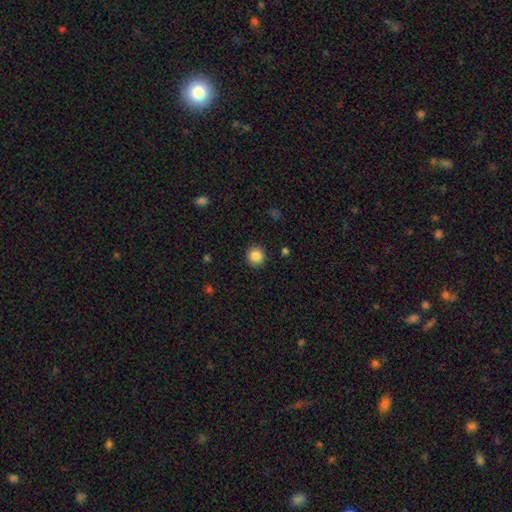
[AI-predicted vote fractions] smooth_or_featured: smooth (p=0.86) [alt: star or artifact p=0.10]
how_rounded: round (p=0.93) [alt: in between p=0.07]
merging: none (p=0.92) [alt: minor disturbance p=0.06]